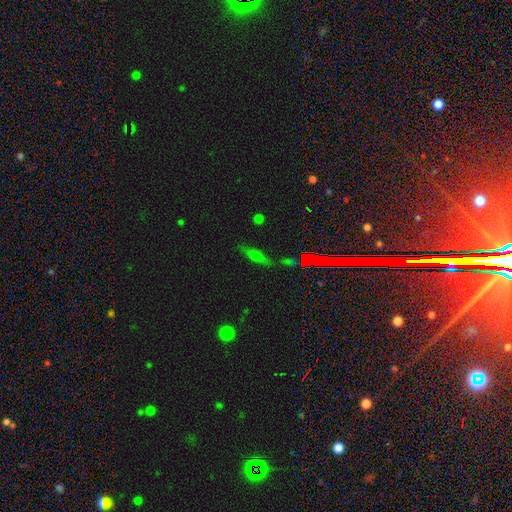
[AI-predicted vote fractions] Smooth or featured? Predicted: smooth (p=0.39). Merging? Predicted: none (p=0.72).